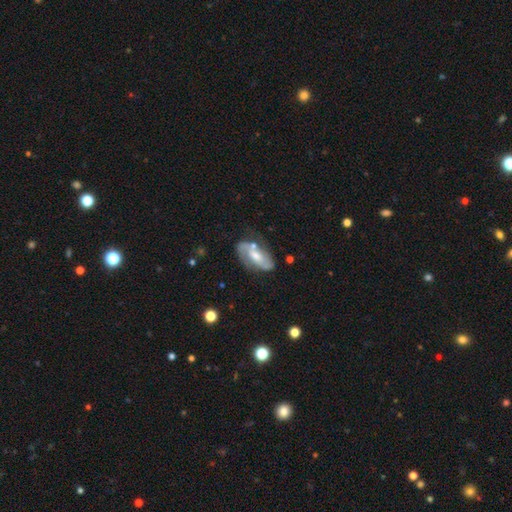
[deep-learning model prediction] Q: Smooth or featured?
A: featured or disk (68%); runner-up: smooth (25%)
Q: Edge-on disk?
A: no (93%); runner-up: yes (7%)
Q: Bar?
A: weak (42%); runner-up: no (39%)
Q: Spiral arms?
A: yes (85%); runner-up: no (15%)
Q: Spiral winding?
A: medium (43%); runner-up: loose (33%)
Q: Spiral arm count?
A: 2 (80%); runner-up: can't tell (11%)
Q: Bulge size?
A: moderate (56%); runner-up: small (30%)
Q: Merging?
A: none (58%); runner-up: minor disturbance (23%)